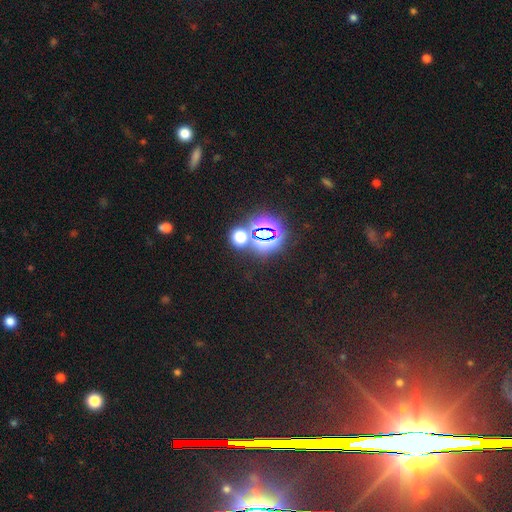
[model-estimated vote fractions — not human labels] Morphology: type=star or artifact (77%).